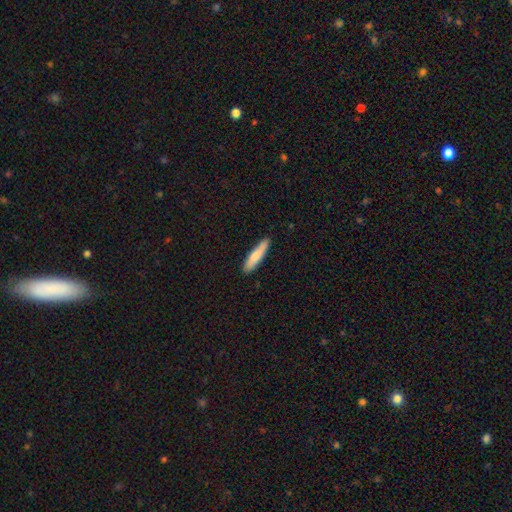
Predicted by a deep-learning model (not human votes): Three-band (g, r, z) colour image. It shows a smooth galaxy with no disk features (76%) that is cigar-shaped (83%). Merging: none (88%).